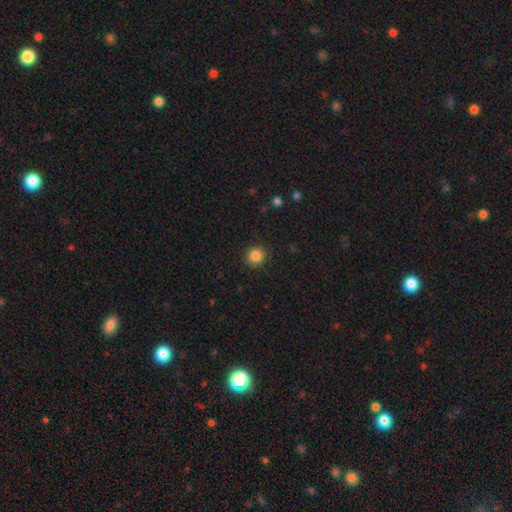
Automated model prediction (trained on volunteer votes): Smooth or featured?
  - smooth: 85% *
  - star or artifact: 11%
  - featured or disk: 4%
How rounded?
  - round: 92% *
  - in between: 7%
  - cigar-shaped: 1%
Merging?
  - none: 91% *
  - minor disturbance: 6%
  - major disturbance: 2%
  - merger: 1%